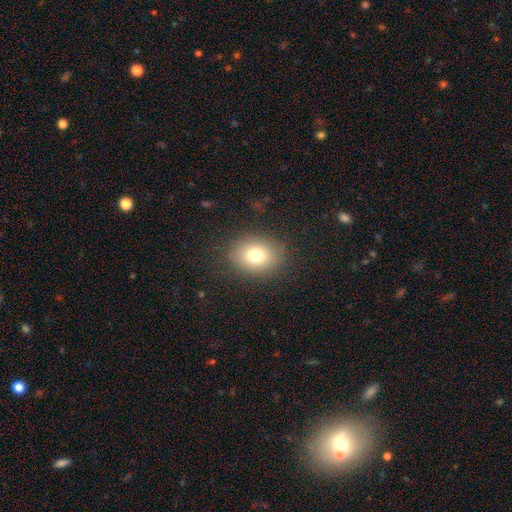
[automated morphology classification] smooth 77%, star or artifact 12%, featured or disk 11%. Down the decision tree: how rounded — in between (52%); merging — none (85%).